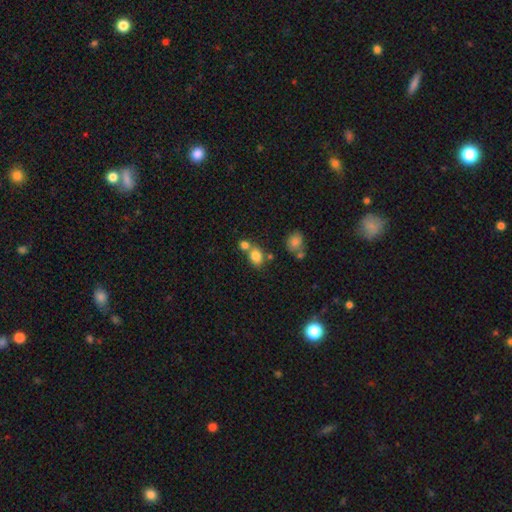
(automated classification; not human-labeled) Smooth or featured? smooth (81%)
How rounded? in between (56%)
Merging? none (50%)